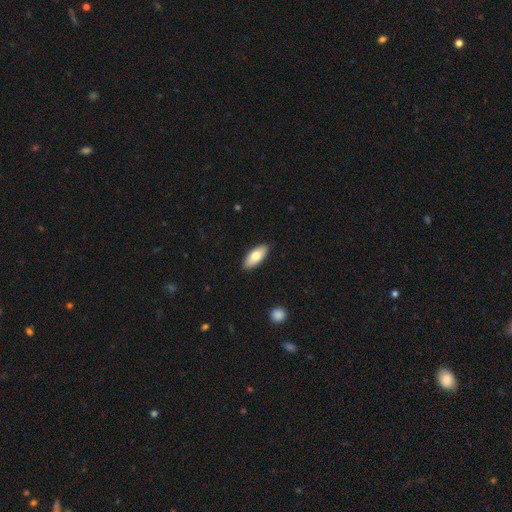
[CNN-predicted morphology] This appears to be a smooth galaxy with no disk features (74%) that is in between round and cigar-shaped (85%). Merging: none (89%).